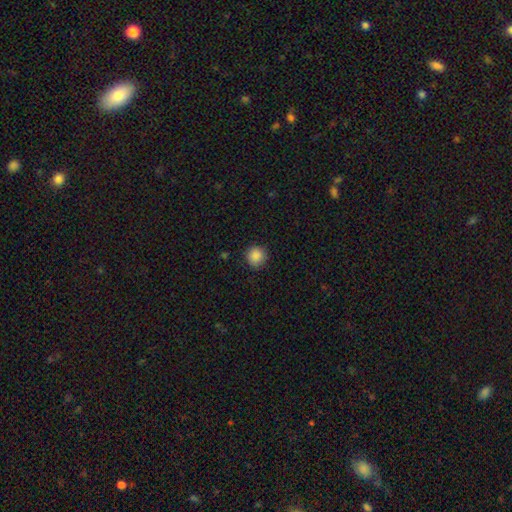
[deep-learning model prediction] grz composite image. It shows a smooth galaxy with no disk features (88%) that is round (93%). Merging: none (87%).